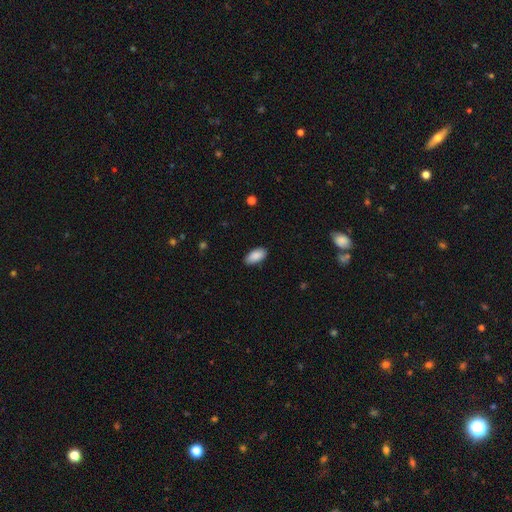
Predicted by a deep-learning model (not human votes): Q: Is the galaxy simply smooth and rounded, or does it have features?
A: smooth — 89%.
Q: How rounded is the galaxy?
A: in between — 94%.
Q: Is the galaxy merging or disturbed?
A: none — 86%.